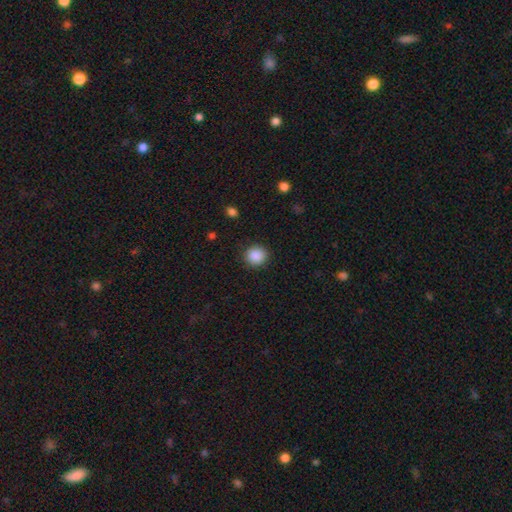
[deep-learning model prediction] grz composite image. It shows a smooth galaxy with no disk features (89%) that is round (89%). Merging: none (90%).